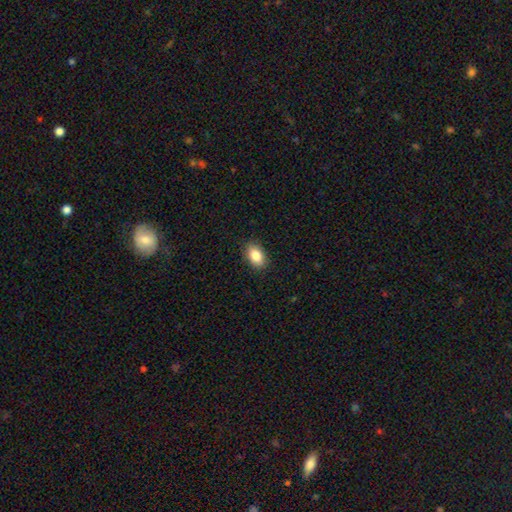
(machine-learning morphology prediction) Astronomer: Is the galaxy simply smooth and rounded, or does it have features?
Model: smooth — 87%.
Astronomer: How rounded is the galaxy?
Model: in between — 89%.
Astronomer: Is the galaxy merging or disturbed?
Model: none — 88%.